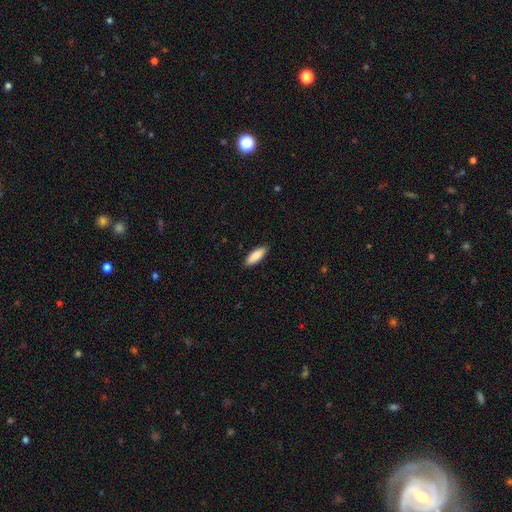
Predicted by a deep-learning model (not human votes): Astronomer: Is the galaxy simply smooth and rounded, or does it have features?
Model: smooth — 89%.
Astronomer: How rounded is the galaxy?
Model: in between — 62%.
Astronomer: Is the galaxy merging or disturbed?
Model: none — 89%.